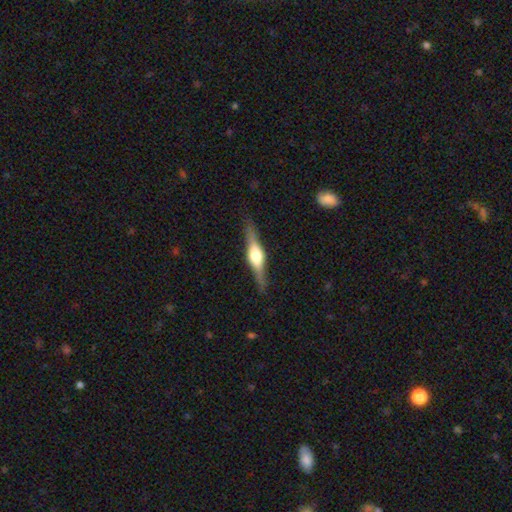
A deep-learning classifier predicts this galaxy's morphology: type=featured or disk (75%); edge-on=yes (97%); edge-on bulge=rounded (89%); merging=none (86%).